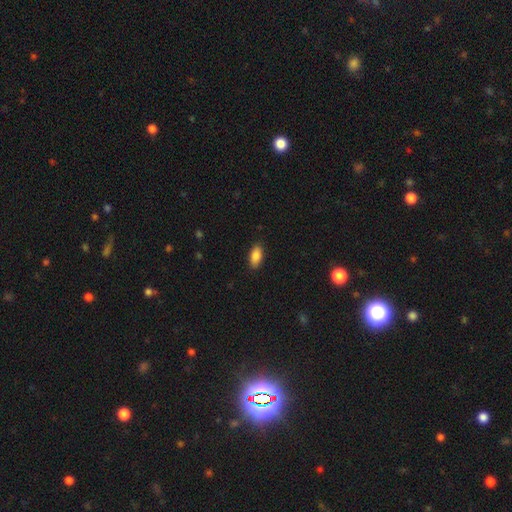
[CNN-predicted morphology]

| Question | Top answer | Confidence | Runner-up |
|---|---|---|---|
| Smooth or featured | smooth | 87% | star or artifact (7%) |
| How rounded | in between | 90% | cigar-shaped (7%) |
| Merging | none | 88% | minor disturbance (9%) |